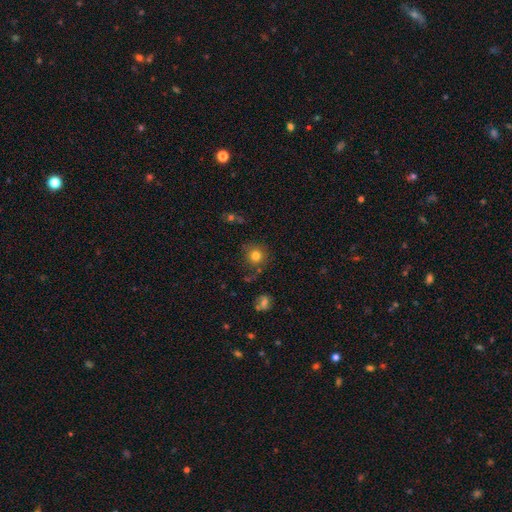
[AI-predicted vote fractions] smooth 78%, star or artifact 13%, featured or disk 8%. Down the decision tree: how rounded — round (92%); merging — none (78%).